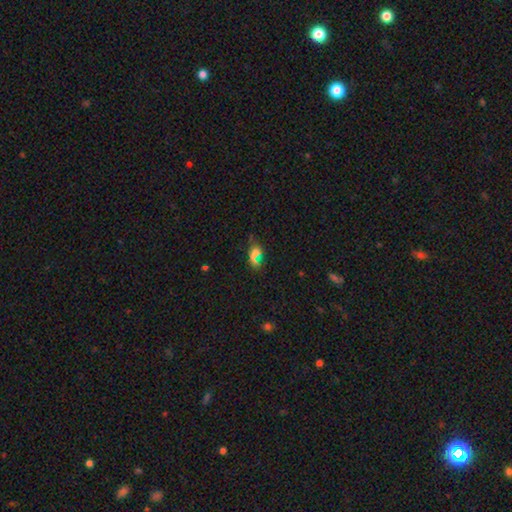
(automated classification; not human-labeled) This is possibly a smooth galaxy (55%). How rounded: likely in between (76%). Merging: possibly none (56%).